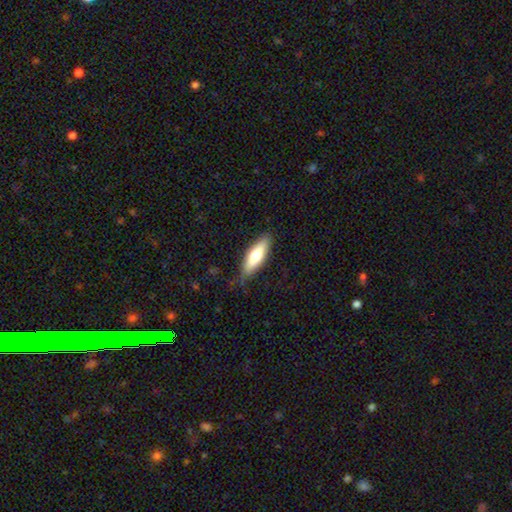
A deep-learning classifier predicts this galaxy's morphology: Q: Smooth or featured?
A: smooth (66%); runner-up: featured or disk (29%)
Q: How rounded?
A: cigar-shaped (50%); runner-up: in between (48%)
Q: Merging?
A: none (79%); runner-up: minor disturbance (16%)